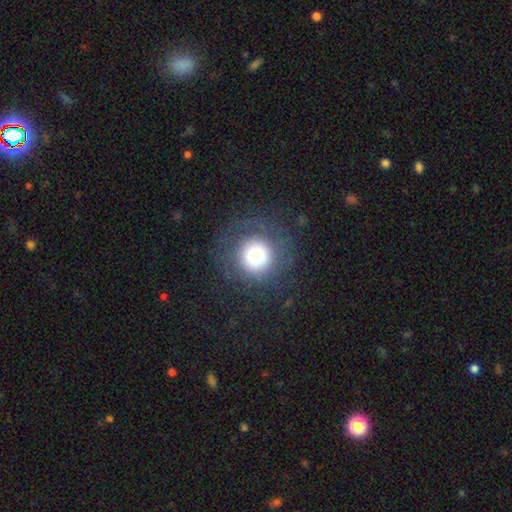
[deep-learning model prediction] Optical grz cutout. It shows a smooth galaxy with no disk features (62%) that is round (95%). Merging: none (77%).